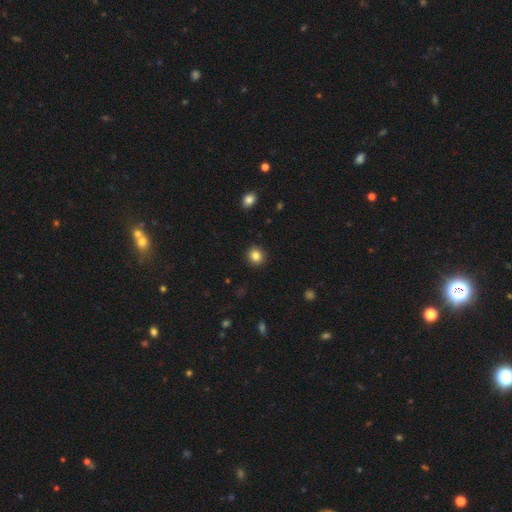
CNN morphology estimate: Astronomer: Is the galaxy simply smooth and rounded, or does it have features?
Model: smooth — 84%.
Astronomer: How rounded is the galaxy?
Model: round — 89%.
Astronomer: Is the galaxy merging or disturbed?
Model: none — 92%.